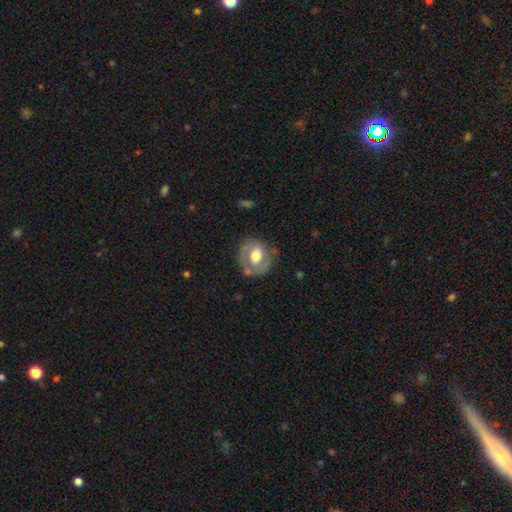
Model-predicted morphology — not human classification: A smooth galaxy with no disk features (48%). Merging: none (68%).